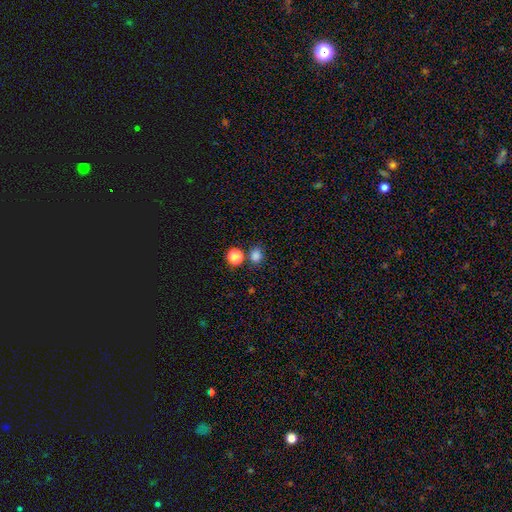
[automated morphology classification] A smooth galaxy with no disk features (81%) that is round (65%).

Vote fractions:
- Smooth or featured? smooth: 81% / star or artifact: 15% / featured or disk: 4%
- How rounded? round: 65% / in between: 34% / cigar-shaped: 1%
- Merging? none: 72% / merger: 15% / minor disturbance: 10% / major disturbance: 3%